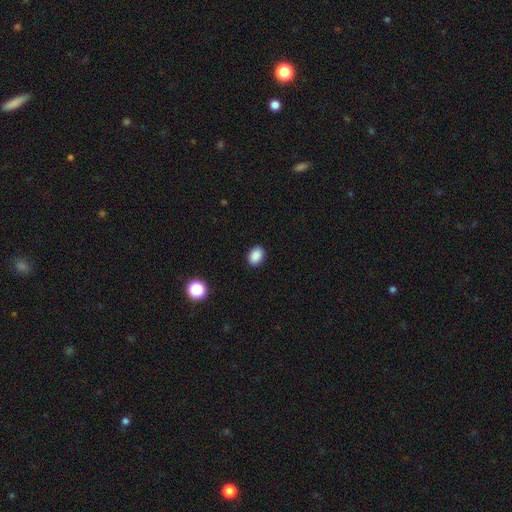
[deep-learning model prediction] This is clearly a smooth galaxy (88%). How rounded: likely in between (67%). Merging: clearly none (89%).